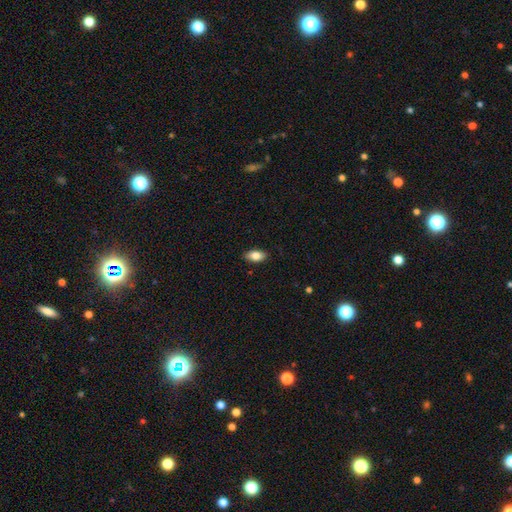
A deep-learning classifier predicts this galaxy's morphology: Q: Smooth or featured?
A: smooth (83%); runner-up: featured or disk (10%)
Q: How rounded?
A: in between (90%); runner-up: round (5%)
Q: Merging?
A: none (87%); runner-up: minor disturbance (10%)